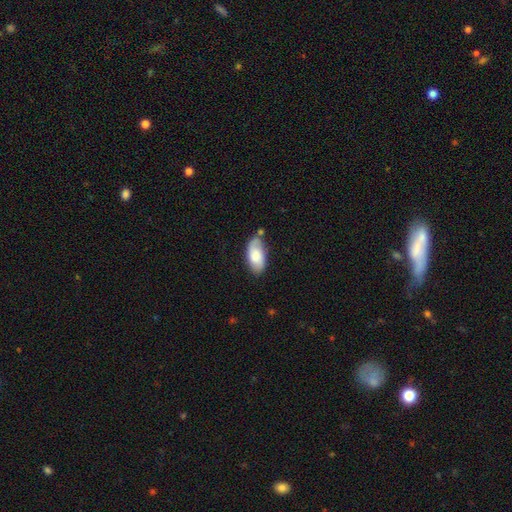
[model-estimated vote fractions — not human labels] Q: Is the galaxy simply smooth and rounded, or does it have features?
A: smooth — 68%.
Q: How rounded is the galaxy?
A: in between — 92%.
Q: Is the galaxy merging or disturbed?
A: none — 60%.